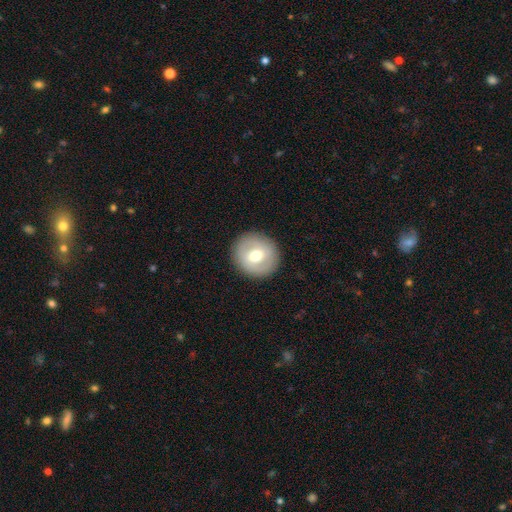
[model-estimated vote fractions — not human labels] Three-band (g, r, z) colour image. It shows a smooth galaxy with no disk features (58%) that is round (91%). Merging: none (90%).